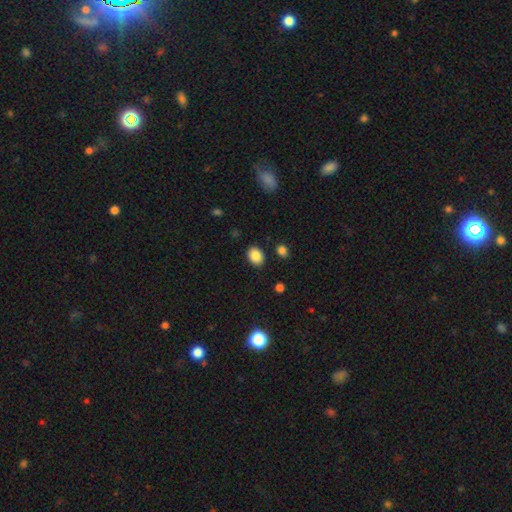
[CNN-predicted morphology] Overall: smooth (87%). How rounded: in between (65%; round 34%). Merging: none (86%).